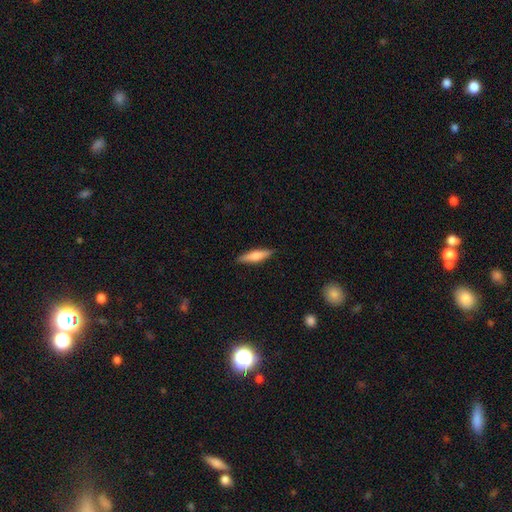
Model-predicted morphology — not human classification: smooth 65%, featured or disk 29%, star or artifact 6%. Down the decision tree: how rounded — cigar-shaped (77%); merging — none (89%).